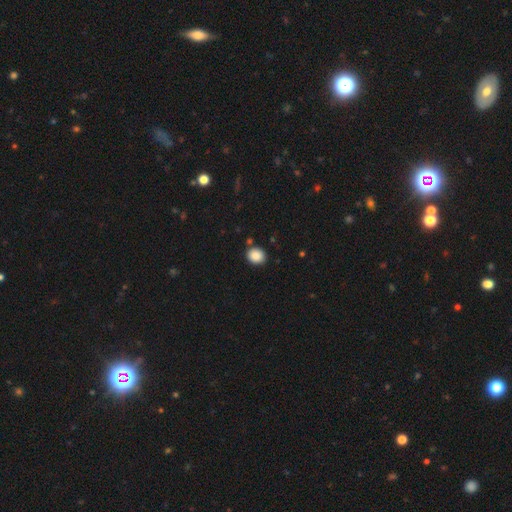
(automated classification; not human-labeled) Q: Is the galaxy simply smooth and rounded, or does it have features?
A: smooth — 88%.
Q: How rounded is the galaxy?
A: round — 63%.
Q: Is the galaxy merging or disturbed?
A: none — 85%.